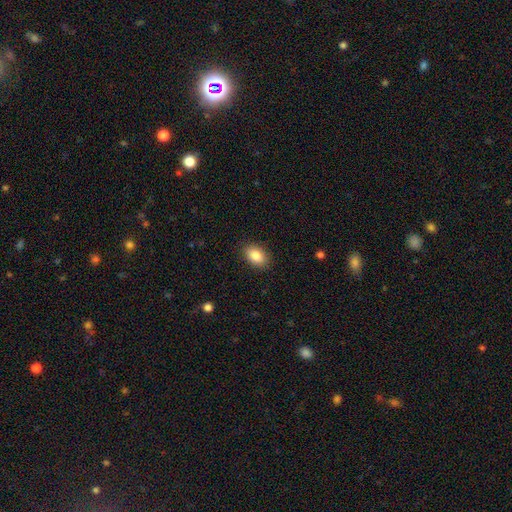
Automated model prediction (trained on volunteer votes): This appears to be a smooth galaxy with no disk features (87%) that is in between round and cigar-shaped (86%). Merging: none (88%).